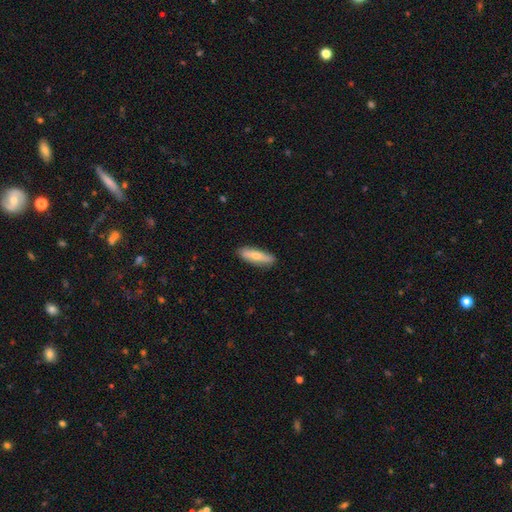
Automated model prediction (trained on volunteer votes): smooth 68%, featured or disk 26%, star or artifact 5%. Down the decision tree: how rounded — cigar-shaped (61%); merging — none (86%).